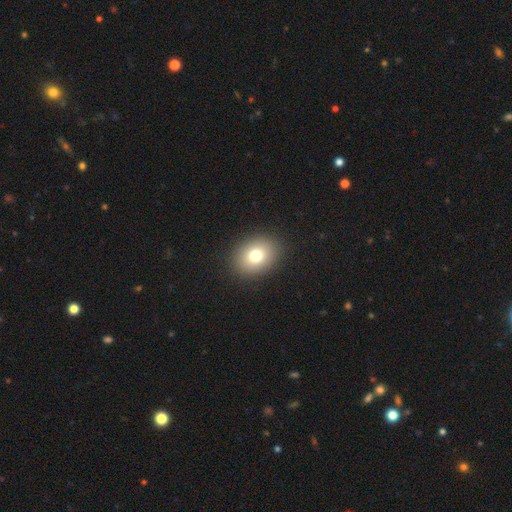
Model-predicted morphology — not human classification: A smooth galaxy with no disk features (77%) that is in between round and cigar-shaped (60%).

Vote fractions:
- Smooth or featured? smooth: 77% / star or artifact: 12% / featured or disk: 11%
- How rounded? in between: 60% / round: 39% / cigar-shaped: 1%
- Merging? none: 90% / minor disturbance: 7% / major disturbance: 2% / merger: 1%